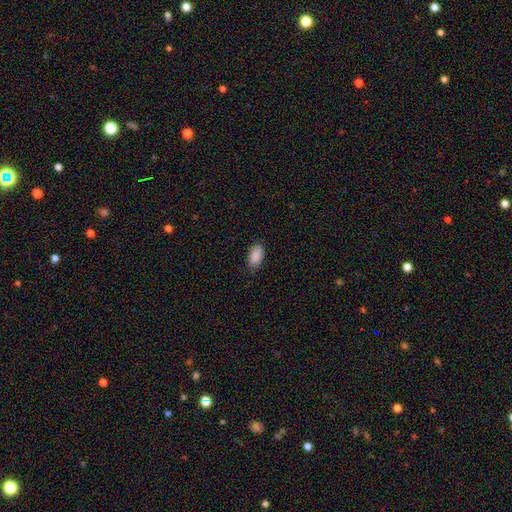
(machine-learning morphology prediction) type=smooth (90%); roundness=in between (94%); merging=none (80%).